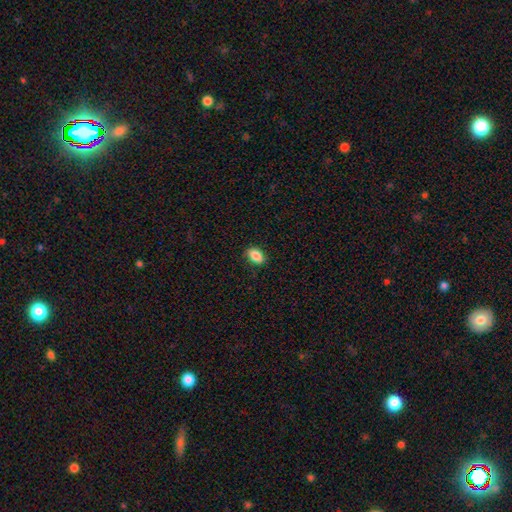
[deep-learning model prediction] Smooth or featured? smooth (87%)
How rounded? in between (87%)
Merging? none (86%)